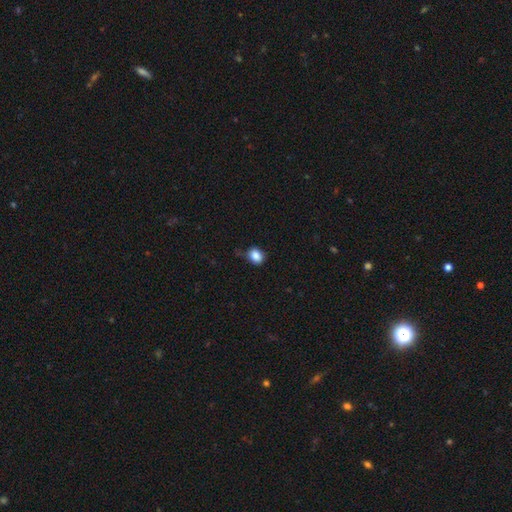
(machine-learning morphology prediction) Smooth or featured: smooth — 87% (star or artifact — 9%)
How rounded: in between — 58% (round — 41%)
Merging: none — 71% (minor disturbance — 22%)